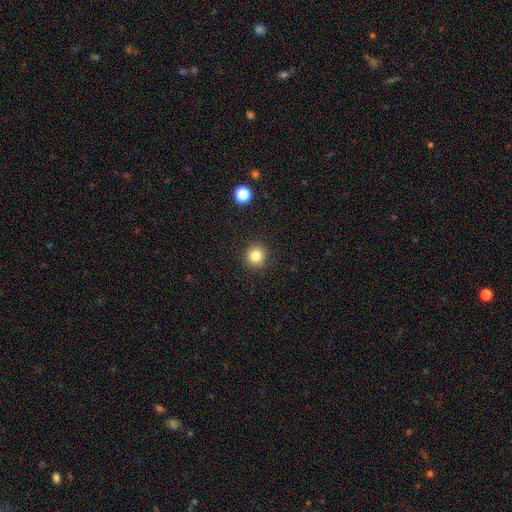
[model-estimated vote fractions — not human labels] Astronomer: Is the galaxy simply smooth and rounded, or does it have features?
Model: smooth — 82%.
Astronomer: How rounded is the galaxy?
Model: round — 94%.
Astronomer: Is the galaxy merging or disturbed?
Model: none — 91%.